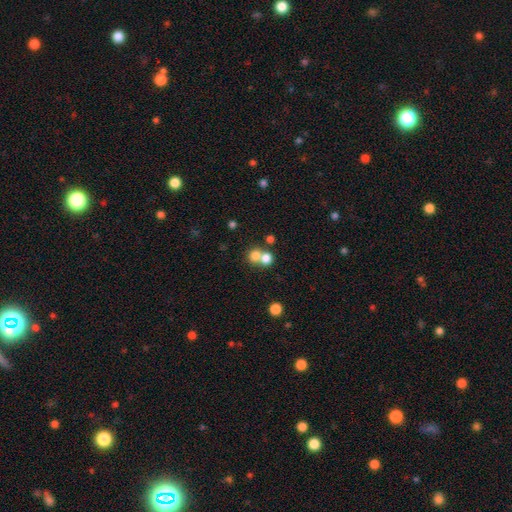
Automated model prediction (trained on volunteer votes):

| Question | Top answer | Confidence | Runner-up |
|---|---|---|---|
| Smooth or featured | smooth | 76% | star or artifact (13%) |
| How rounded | round | 84% | in between (16%) |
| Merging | merger | 50% | none (42%) |